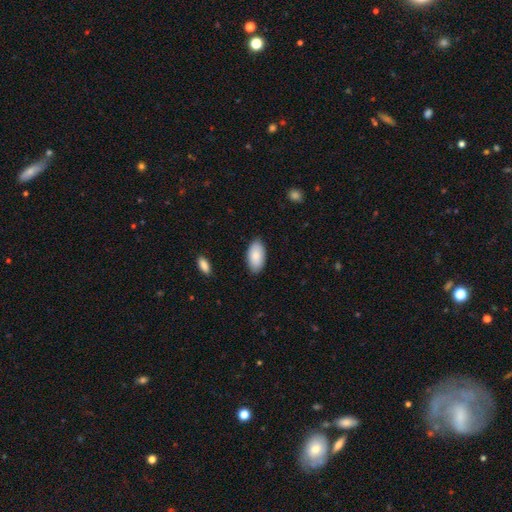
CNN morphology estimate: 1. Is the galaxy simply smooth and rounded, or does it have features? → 87% smooth, 8% featured or disk, 6% star or artifact.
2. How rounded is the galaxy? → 96% in between, 2% cigar-shaped, 2% round.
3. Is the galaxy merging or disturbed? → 87% none, 10% minor disturbance, 2% major disturbance, 1% merger.